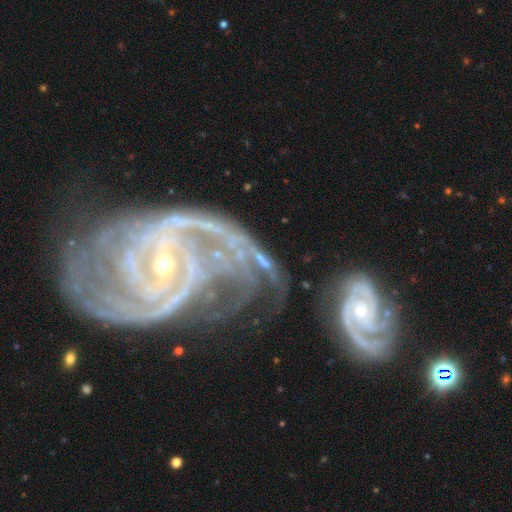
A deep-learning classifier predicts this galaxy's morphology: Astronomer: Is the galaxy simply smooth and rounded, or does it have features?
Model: featured or disk — 86%.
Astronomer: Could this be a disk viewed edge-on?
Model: no — 96%.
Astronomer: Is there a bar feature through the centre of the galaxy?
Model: no — 36% (runner-up: weak, 33%).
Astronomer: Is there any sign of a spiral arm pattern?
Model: yes — 95%.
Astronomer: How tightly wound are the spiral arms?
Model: tight — 44% (runner-up: medium, 39%).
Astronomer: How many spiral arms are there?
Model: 2 — 39% (runner-up: can't tell, 19%).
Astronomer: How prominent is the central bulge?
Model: small — 67%.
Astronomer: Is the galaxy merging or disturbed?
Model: none — 28%, tied with major disturbance at 28%.